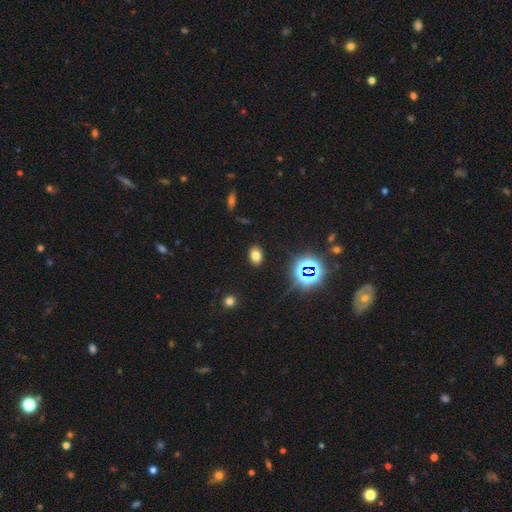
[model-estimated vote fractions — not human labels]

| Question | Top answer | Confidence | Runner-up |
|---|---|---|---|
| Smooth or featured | smooth | 71% | star or artifact (21%) |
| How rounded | in between | 76% | round (23%) |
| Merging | none | 88% | minor disturbance (8%) |